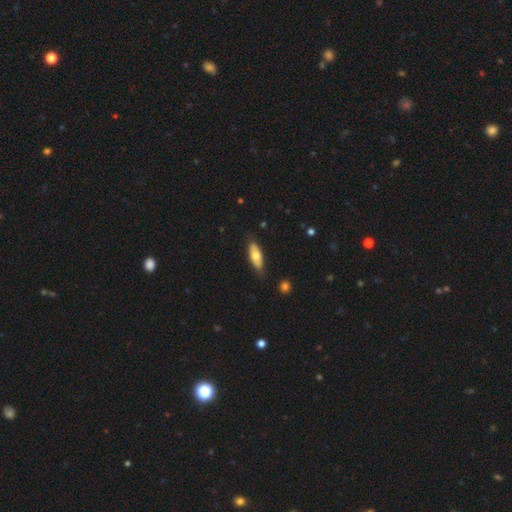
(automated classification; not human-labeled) Q: Smooth or featured?
A: smooth (68%); runner-up: featured or disk (27%)
Q: How rounded?
A: in between (70%); runner-up: cigar-shaped (28%)
Q: Merging?
A: none (80%); runner-up: minor disturbance (16%)